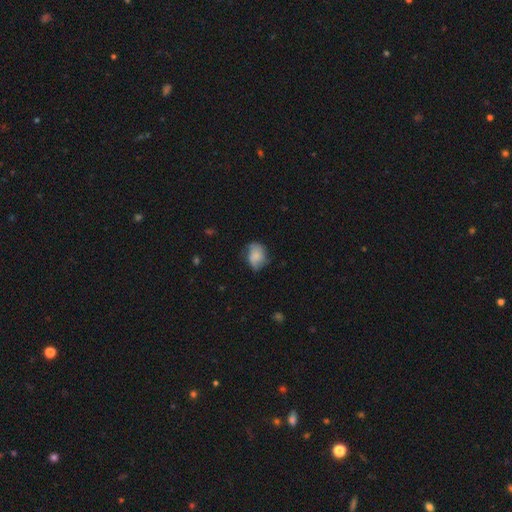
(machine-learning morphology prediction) A smooth galaxy with no disk features (69%) that is in between round and cigar-shaped (62%).

Vote fractions:
- Smooth or featured? smooth: 69% / featured or disk: 23% / star or artifact: 9%
- How rounded? in between: 62% / round: 37% / cigar-shaped: 1%
- Merging? none: 55% / minor disturbance: 32% / major disturbance: 11% / merger: 2%